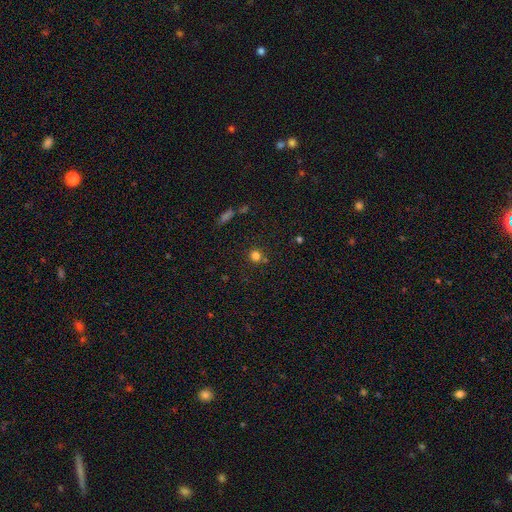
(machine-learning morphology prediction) A smooth galaxy with no disk features (76%) that is round (90%). Merging: none (76%).